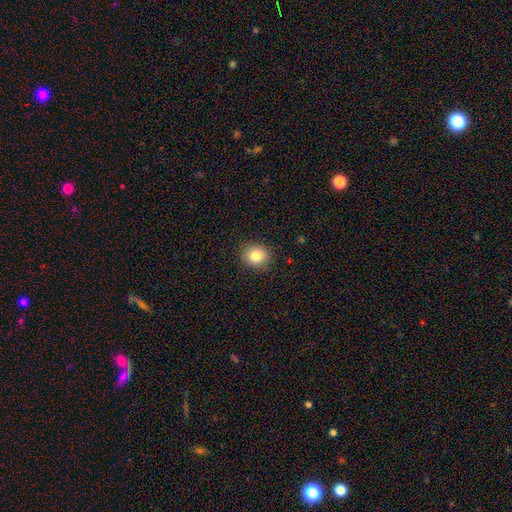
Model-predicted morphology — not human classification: smooth 82%, star or artifact 10%, featured or disk 7%. Down the decision tree: how rounded — round (76%); merging — none (90%).